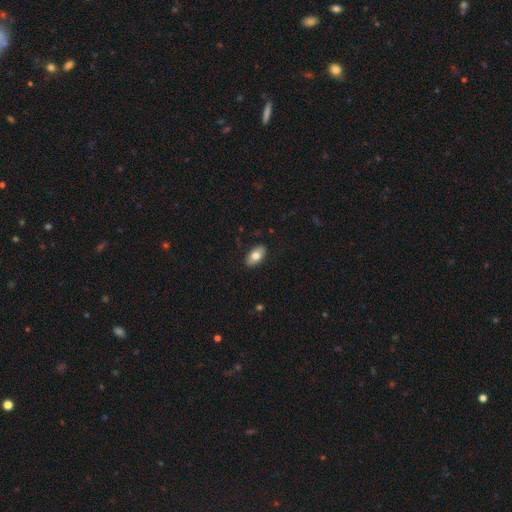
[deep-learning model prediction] Smooth or featured? smooth (75%)
How rounded? in between (93%)
Merging? none (88%)